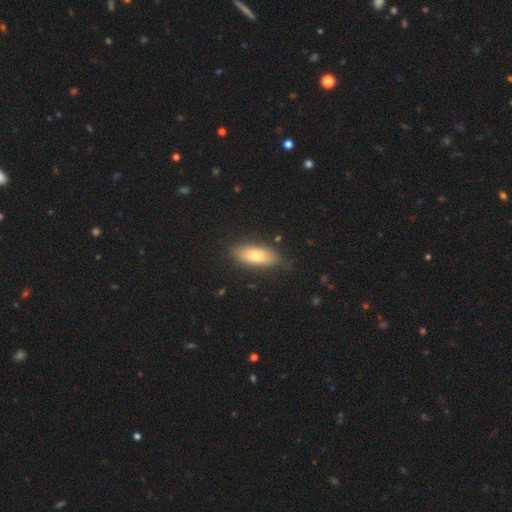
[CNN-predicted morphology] Overall: smooth (74%). How rounded: in between (73%). Merging: none (76%).